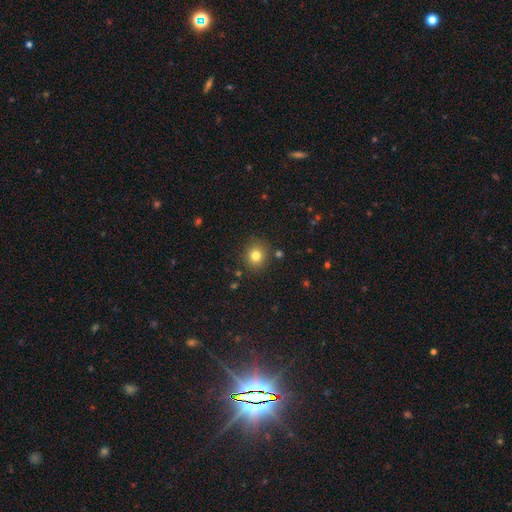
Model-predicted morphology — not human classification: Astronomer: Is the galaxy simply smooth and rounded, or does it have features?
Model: smooth — 80%.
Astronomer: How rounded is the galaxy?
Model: round — 86%.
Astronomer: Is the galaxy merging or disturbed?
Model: none — 87%.